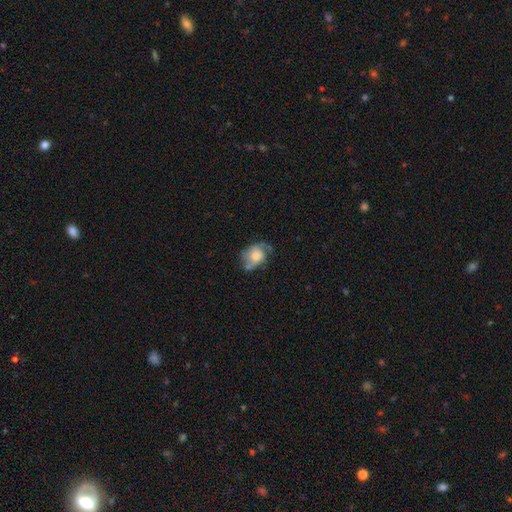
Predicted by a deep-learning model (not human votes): Q: Smooth or featured?
A: featured or disk (47%); runner-up: smooth (45%)
Q: Merging?
A: none (46%); runner-up: minor disturbance (29%)